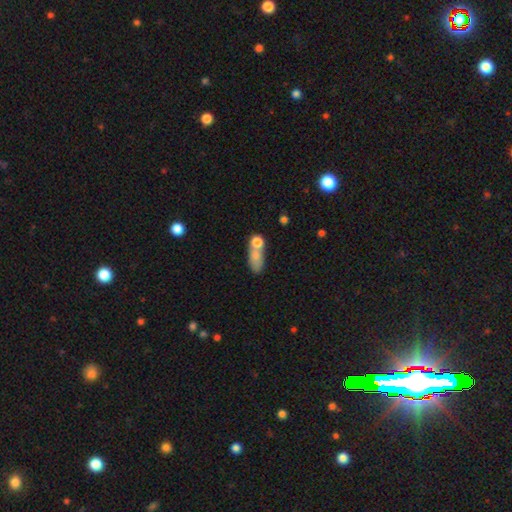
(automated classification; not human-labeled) A smooth galaxy with no disk features (72%) that is in between round and cigar-shaped (63%). Merging: merger (44%).